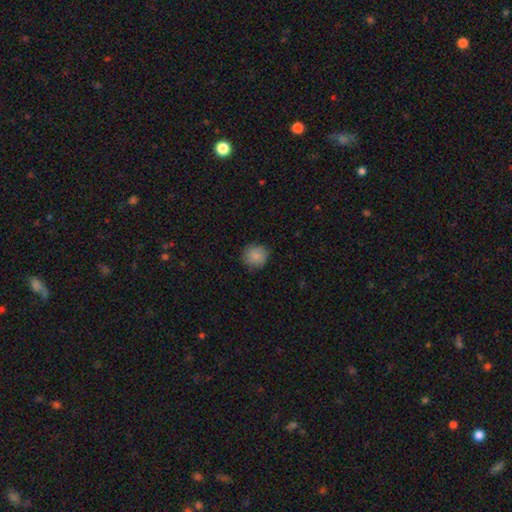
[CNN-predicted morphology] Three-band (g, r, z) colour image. It shows a smooth galaxy with no disk features (87%) that is round (89%). Merging: none (85%).